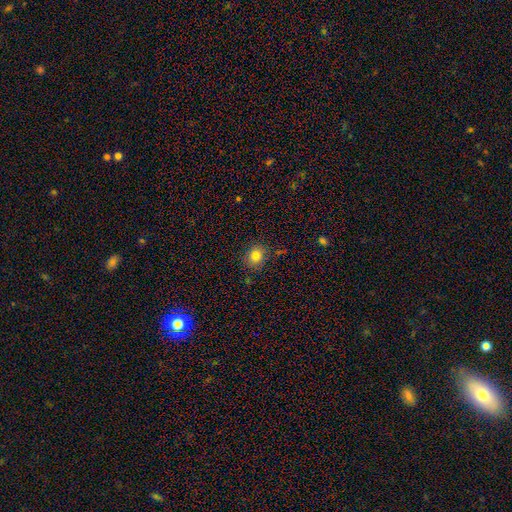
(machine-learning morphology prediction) smooth-or-featured: smooth: 81% | star or artifact: 13% | featured or disk: 7%
  how-rounded: round: 78% | in between: 21% | cigar-shaped: 1%
  merging: none: 85% | minor disturbance: 10% | major disturbance: 3% | merger: 2%